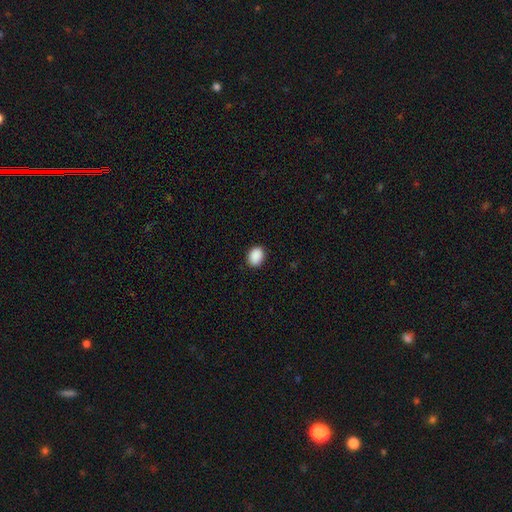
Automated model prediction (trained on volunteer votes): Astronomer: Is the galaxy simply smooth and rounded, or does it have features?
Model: smooth — 90%.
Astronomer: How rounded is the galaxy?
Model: in between — 67%.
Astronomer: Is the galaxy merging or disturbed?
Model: none — 89%.